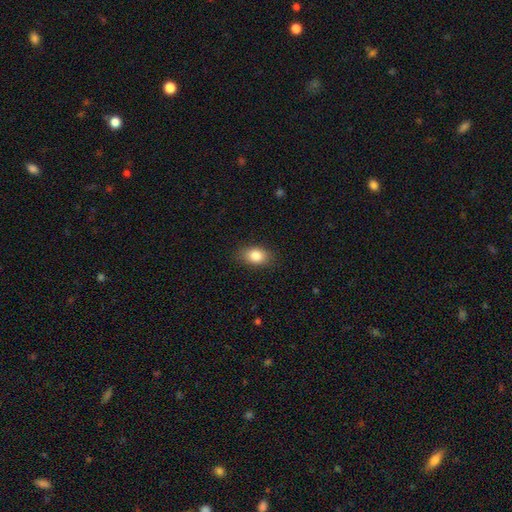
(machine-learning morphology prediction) This is clearly a smooth galaxy (84%). How rounded: clearly in between (82%). Merging: clearly none (86%).